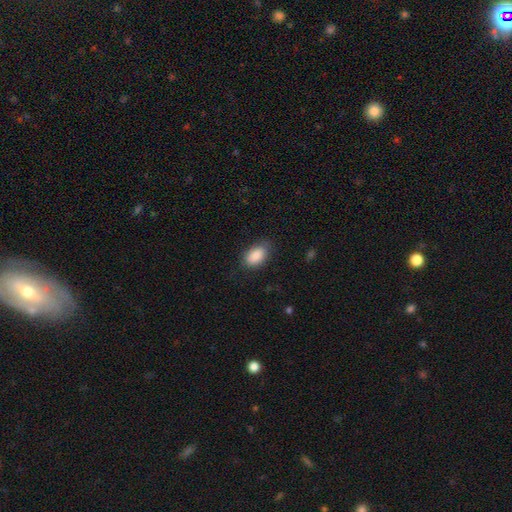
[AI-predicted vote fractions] Q: Smooth or featured?
A: smooth (88%); runner-up: star or artifact (7%)
Q: How rounded?
A: in between (91%); runner-up: round (7%)
Q: Merging?
A: none (77%); runner-up: minor disturbance (17%)